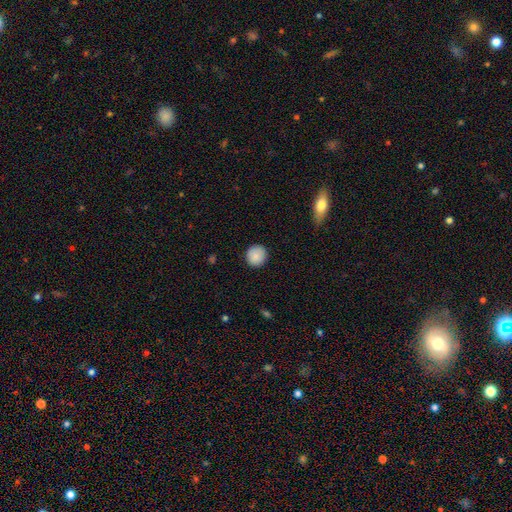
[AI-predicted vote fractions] Morphology: type=smooth (88%); roundness=round (91%); merging=none (89%).